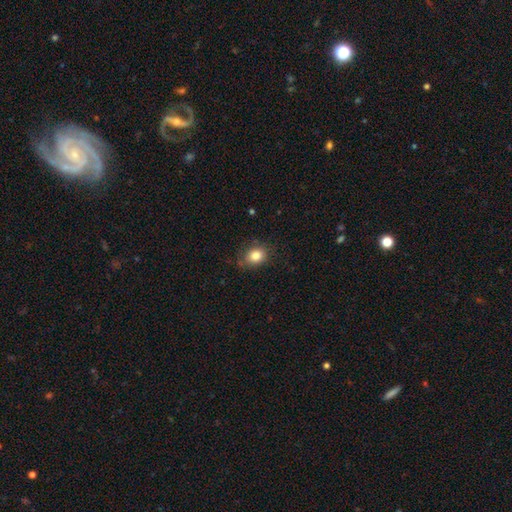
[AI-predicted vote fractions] Smooth or featured?
  - smooth: 83% *
  - star or artifact: 10%
  - featured or disk: 7%
How rounded?
  - round: 52% *
  - in between: 47%
  - cigar-shaped: 1%
Merging?
  - none: 77% *
  - minor disturbance: 18%
  - major disturbance: 4%
  - merger: 1%